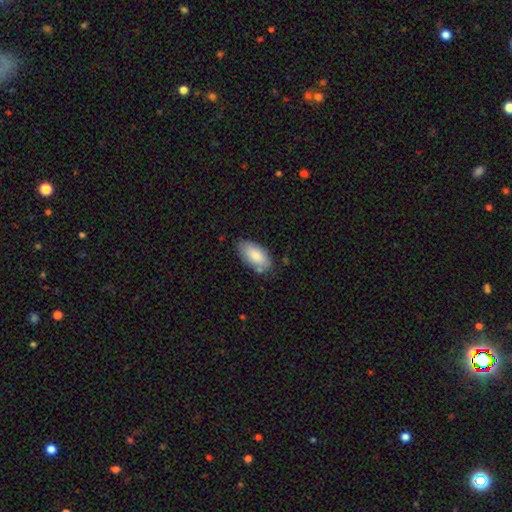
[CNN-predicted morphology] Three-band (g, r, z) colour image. It shows a smooth galaxy with no disk features (84%) that is in between round and cigar-shaped (94%). Merging: none (77%).